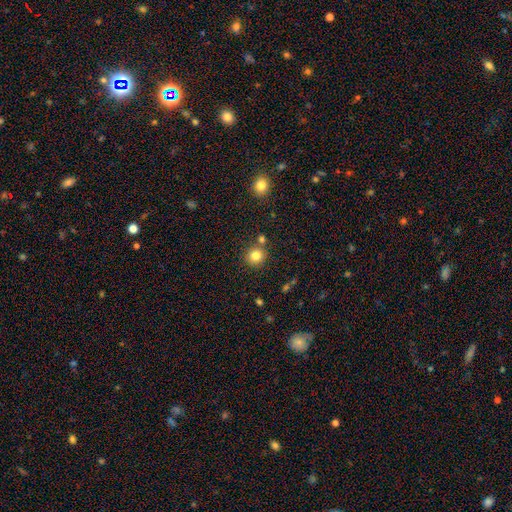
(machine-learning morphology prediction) A smooth galaxy with no disk features (82%) that is round (91%).

Vote fractions:
- Smooth or featured? smooth: 82% / star or artifact: 12% / featured or disk: 7%
- How rounded? round: 91% / in between: 8% / cigar-shaped: 1%
- Merging? none: 79% / merger: 11% / minor disturbance: 8% / major disturbance: 3%